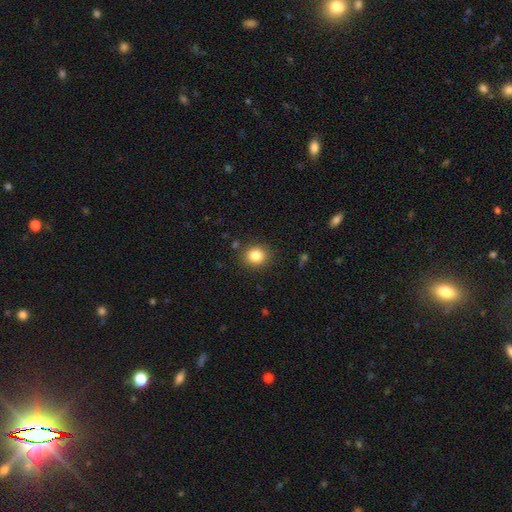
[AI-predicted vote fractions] Smooth or featured?
  - smooth: 83% *
  - star or artifact: 11%
  - featured or disk: 6%
How rounded?
  - round: 77% *
  - in between: 22%
  - cigar-shaped: 1%
Merging?
  - none: 87% *
  - minor disturbance: 8%
  - major disturbance: 3%
  - merger: 2%